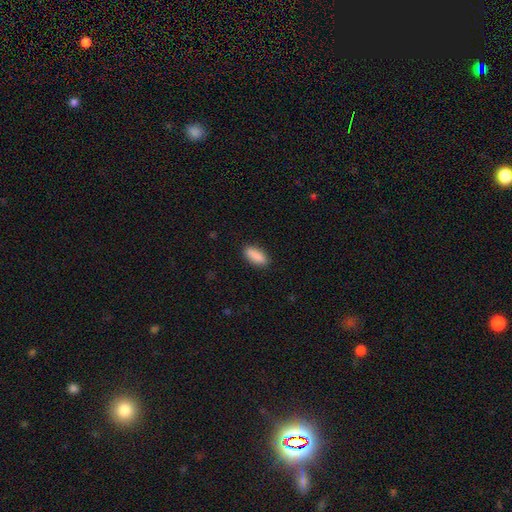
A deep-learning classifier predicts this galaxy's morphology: Smooth or featured? smooth (89%)
How rounded? in between (73%)
Merging? none (88%)